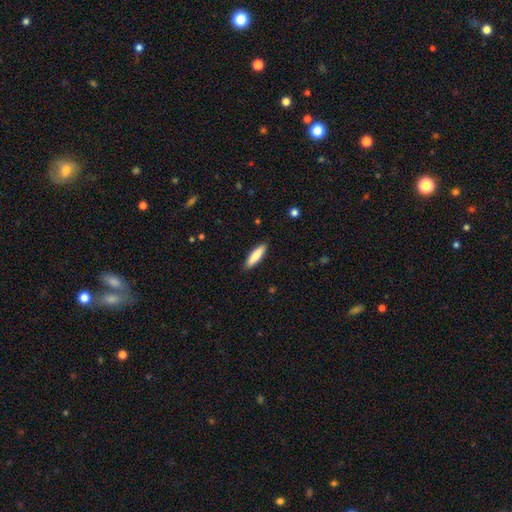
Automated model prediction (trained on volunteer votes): Overall: smooth (82%). How rounded: cigar-shaped (68%; in between 30%). Merging: none (89%).